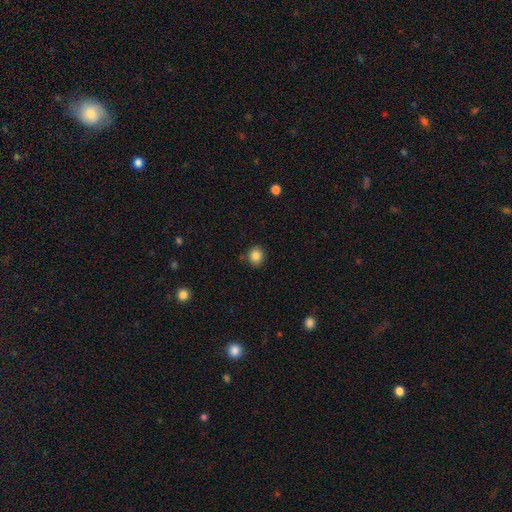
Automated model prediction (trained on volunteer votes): The model was most divided on "how rounded": round: 84%, in between: 15%, cigar-shaped: 1%. More confident: merging — none (86%); smooth or featured — smooth (84%).